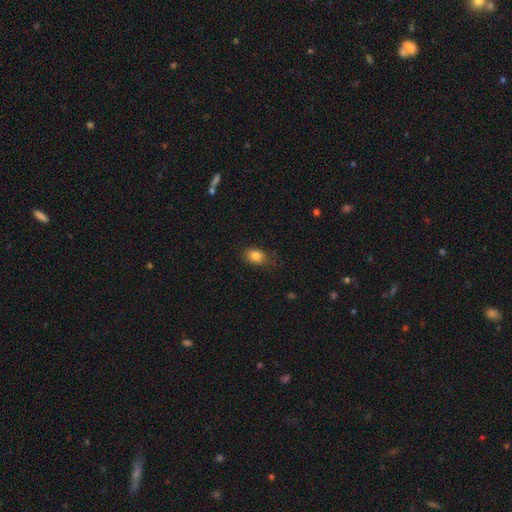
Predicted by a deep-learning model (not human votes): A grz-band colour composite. It shows a smooth galaxy with no disk features (84%) that is in between round and cigar-shaped (68%). Merging: none (71%).